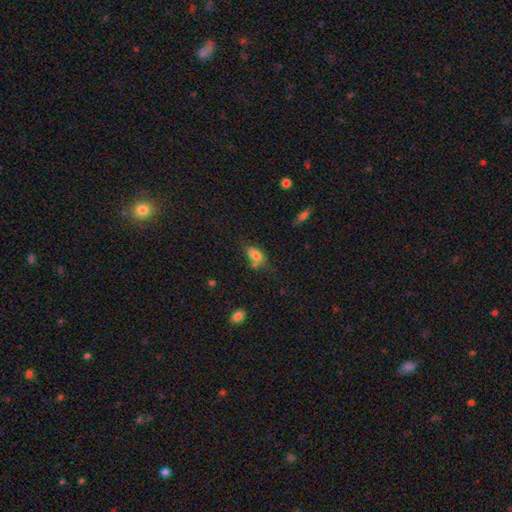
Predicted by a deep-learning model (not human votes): Smooth or featured?
  - smooth: 71% *
  - featured or disk: 18%
  - star or artifact: 11%
How rounded?
  - in between: 82% *
  - cigar-shaped: 10%
  - round: 8%
Merging?
  - none: 46% *
  - merger: 26%
  - minor disturbance: 20%
  - major disturbance: 7%